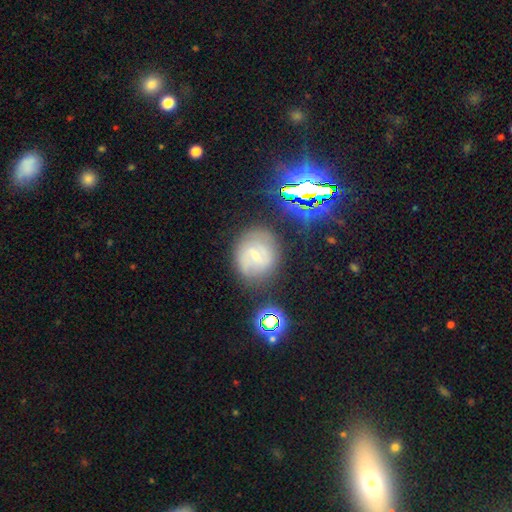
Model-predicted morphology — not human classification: Q: Smooth or featured?
A: featured or disk (55%); runner-up: smooth (31%)
Q: Edge-on disk?
A: no (96%); runner-up: yes (4%)
Q: Bar?
A: weak (56%); runner-up: strong (24%)
Q: Spiral arms?
A: yes (79%); runner-up: no (21%)
Q: Bulge size?
A: small (65%); runner-up: moderate (23%)
Q: Merging?
A: none (69%); runner-up: minor disturbance (19%)